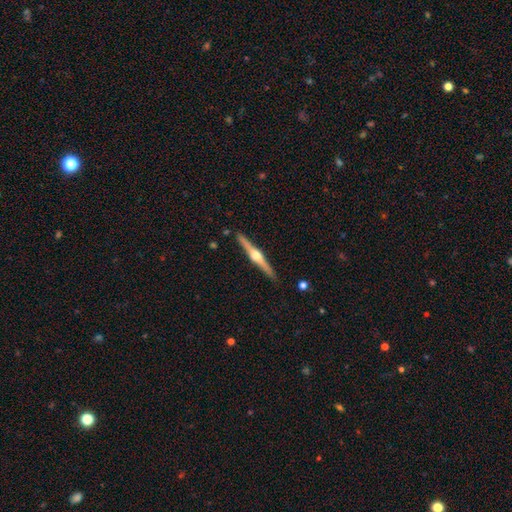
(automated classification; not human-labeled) This is clearly a featured or disk galaxy (82%). It is clearly viewed edge-on (98%). Edge-on bulge: clearly rounded (96%). Merging: clearly none (91%).